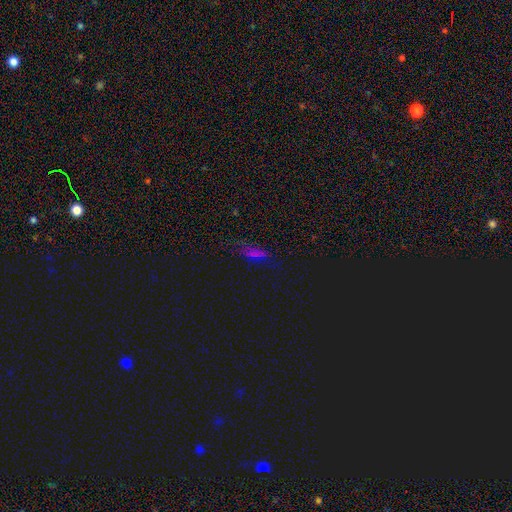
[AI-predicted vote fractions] smooth-or-featured: smooth: 57% | star or artifact: 31% | featured or disk: 12%
  how-rounded: cigar-shaped: 52% | in between: 43% | round: 6%
  merging: none: 63% | minor disturbance: 23% | major disturbance: 11% | merger: 3%